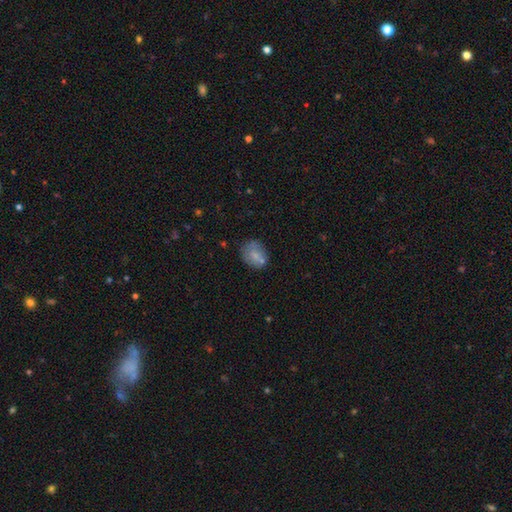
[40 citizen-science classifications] smooth 65%, featured or disk 25%, star or artifact 10%. Down the decision tree: how rounded — in between (58%); merging — none (58%).